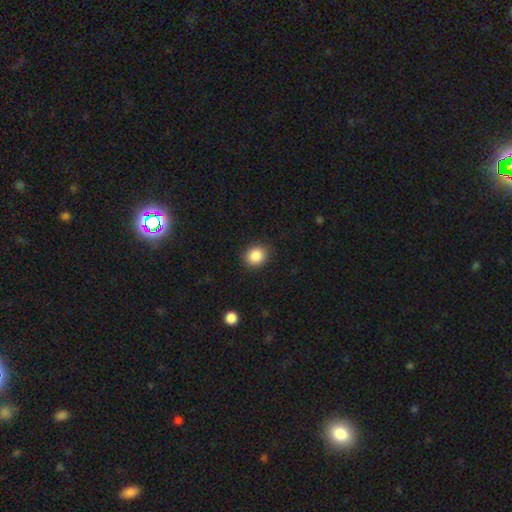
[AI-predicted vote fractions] A smooth galaxy with no disk features (87%) that is round (78%). Merging: none (89%).